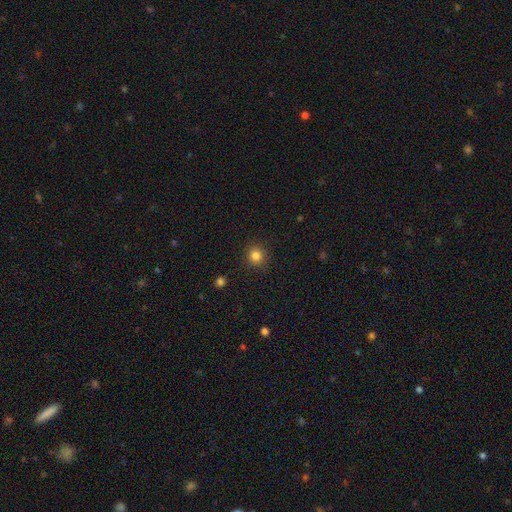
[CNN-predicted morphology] The model was most divided on "smooth or featured": smooth: 83%, star or artifact: 12%, featured or disk: 5%. More confident: merging — none (90%); how rounded — round (90%).